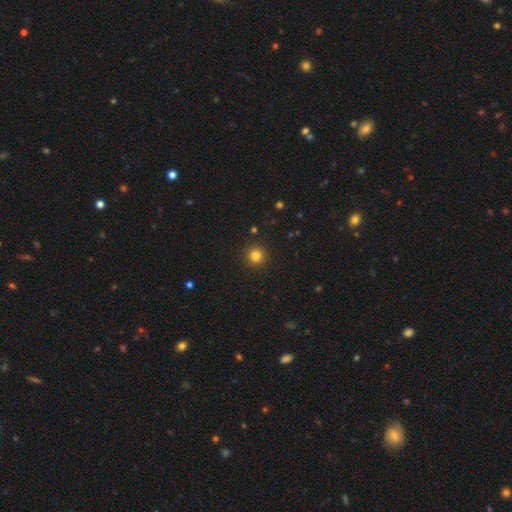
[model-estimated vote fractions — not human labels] Morphology: type=smooth (81%); roundness=round (95%); merging=none (92%).